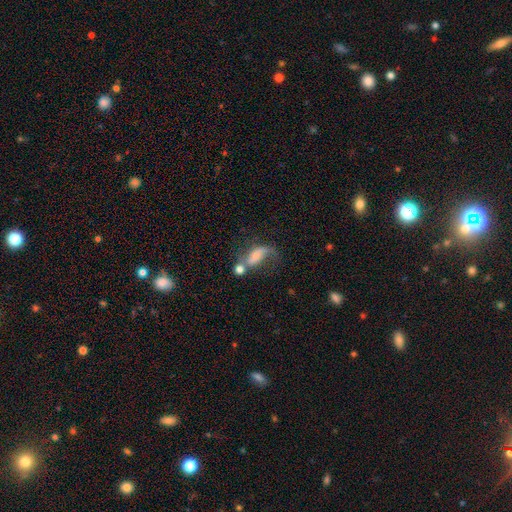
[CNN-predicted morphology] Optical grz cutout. It shows a featured or disk galaxy (56%) with no bar (51%), spiral arms (79%) and a small central bulge (41%). Merging: merger (29%, tied with none).